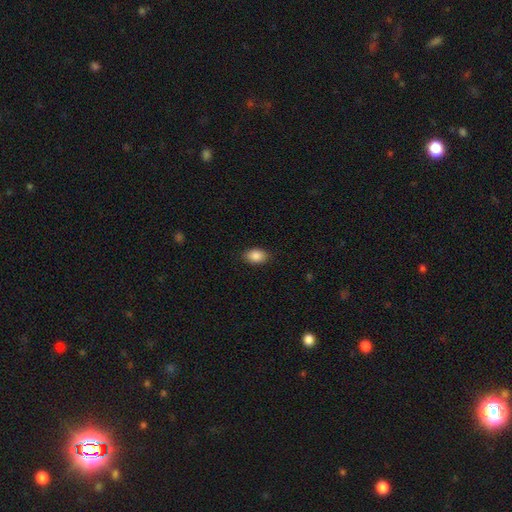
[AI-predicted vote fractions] A smooth galaxy with no disk features (88%) that is in between round and cigar-shaped (86%).

Vote fractions:
- Smooth or featured? smooth: 88% / star or artifact: 8% / featured or disk: 5%
- How rounded? in between: 86% / round: 13% / cigar-shaped: 1%
- Merging? none: 88% / minor disturbance: 9% / major disturbance: 2% / merger: 1%